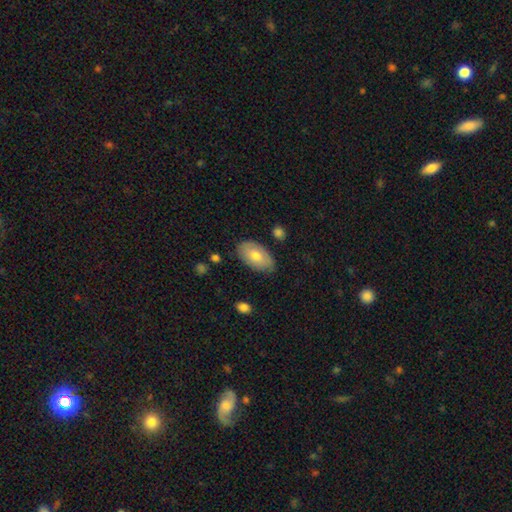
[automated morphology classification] Q: Smooth or featured?
A: smooth (69%); runner-up: featured or disk (25%)
Q: How rounded?
A: in between (94%); runner-up: round (4%)
Q: Merging?
A: none (79%); runner-up: minor disturbance (17%)